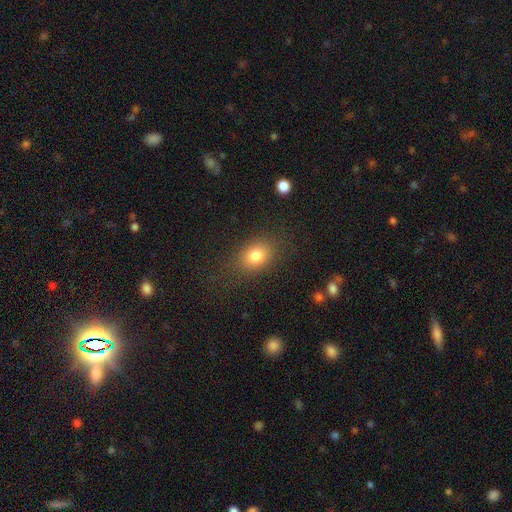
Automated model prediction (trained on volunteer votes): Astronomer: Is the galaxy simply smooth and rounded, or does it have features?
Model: smooth — 81%.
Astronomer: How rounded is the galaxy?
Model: in between — 64%.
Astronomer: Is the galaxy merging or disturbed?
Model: none — 79%.